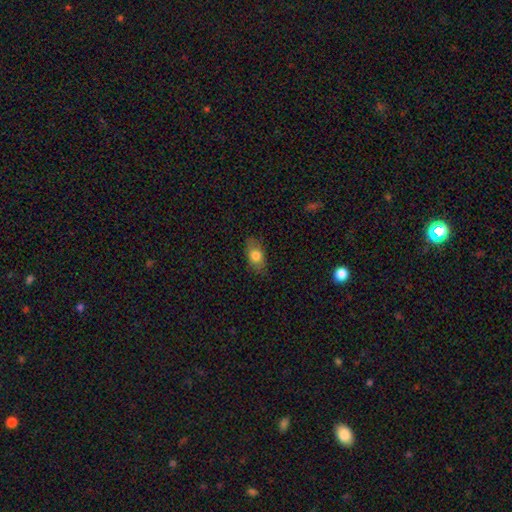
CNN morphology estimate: A smooth galaxy with no disk features (76%) that is in between round and cigar-shaped (84%).

Vote fractions:
- Smooth or featured? smooth: 76% / featured or disk: 15% / star or artifact: 8%
- How rounded? in between: 84% / round: 11% / cigar-shaped: 5%
- Merging? none: 78% / minor disturbance: 16% / major disturbance: 4% / merger: 1%